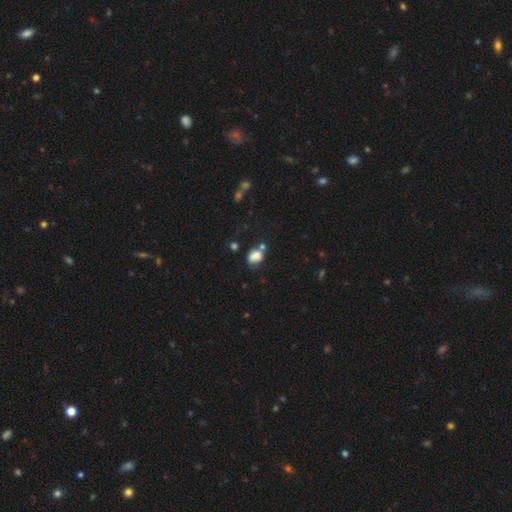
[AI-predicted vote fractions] Smooth or featured: smooth — 72% (featured or disk — 15%)
How rounded: in between — 59% (round — 39%)
Merging: none — 36% (merger — 32%)